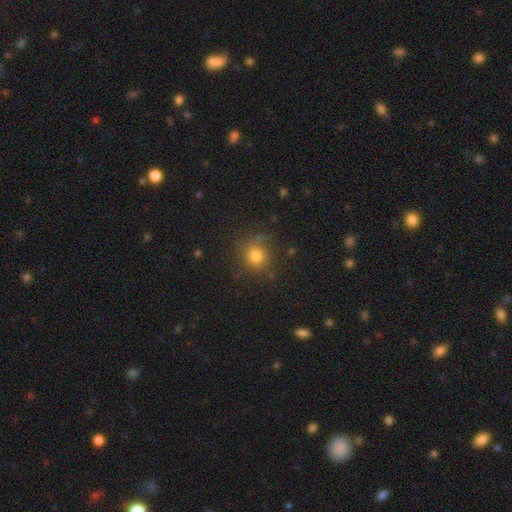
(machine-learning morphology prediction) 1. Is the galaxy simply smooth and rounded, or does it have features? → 76% smooth, 15% star or artifact, 9% featured or disk.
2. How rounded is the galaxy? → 88% round, 11% in between, 1% cigar-shaped.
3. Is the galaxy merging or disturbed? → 75% none, 16% minor disturbance, 7% major disturbance, 2% merger.